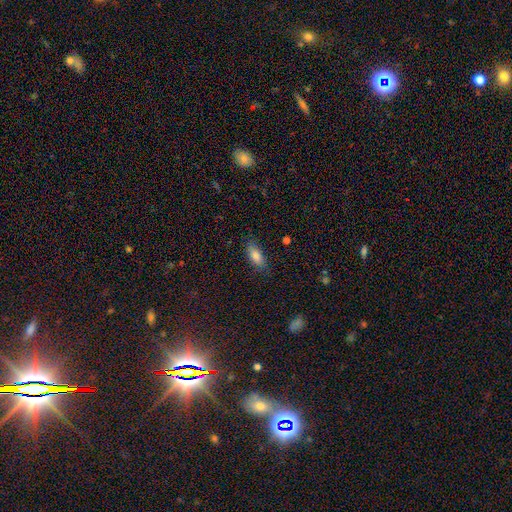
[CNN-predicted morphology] Smooth or featured?
  - smooth: 82% *
  - featured or disk: 9%
  - star or artifact: 8%
How rounded?
  - in between: 81% *
  - cigar-shaped: 16%
  - round: 3%
Merging?
  - none: 79% *
  - minor disturbance: 16%
  - major disturbance: 4%
  - merger: 1%